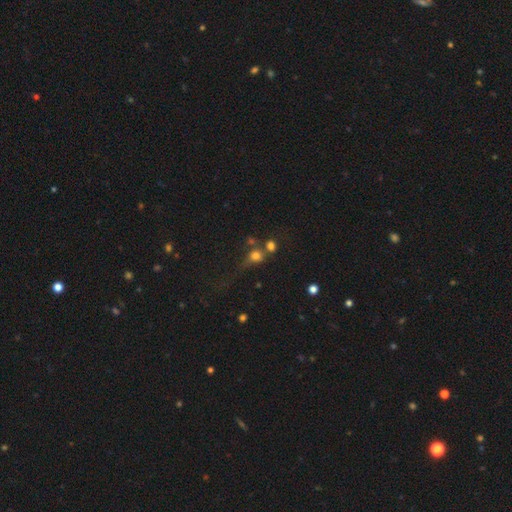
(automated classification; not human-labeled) Overall: smooth (70%). How rounded: round (71%). Merging: none (38%; merger 36%).